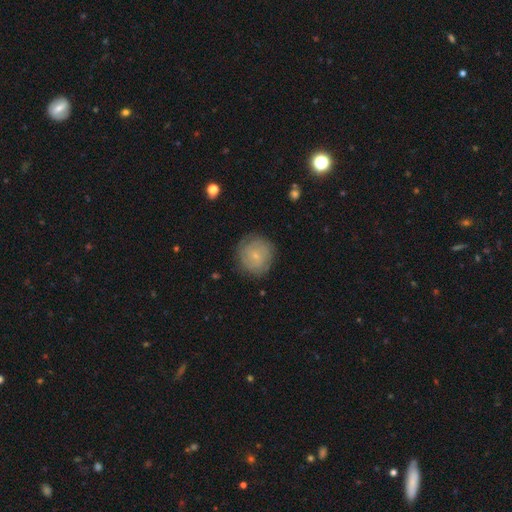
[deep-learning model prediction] A smooth galaxy with no disk features (48%).

Vote fractions:
- Smooth or featured? smooth: 48% / featured or disk: 44% / star or artifact: 8%
- Merging? none: 80% / minor disturbance: 14% / major disturbance: 5% / merger: 1%